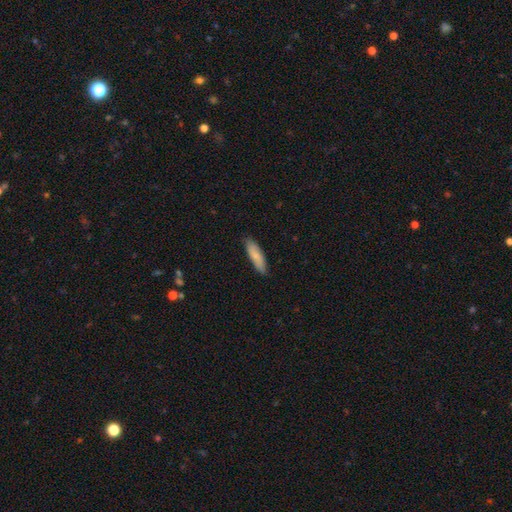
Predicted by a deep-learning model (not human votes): Q: Smooth or featured?
A: smooth (83%); runner-up: featured or disk (11%)
Q: How rounded?
A: cigar-shaped (61%); runner-up: in between (37%)
Q: Merging?
A: none (86%); runner-up: minor disturbance (12%)